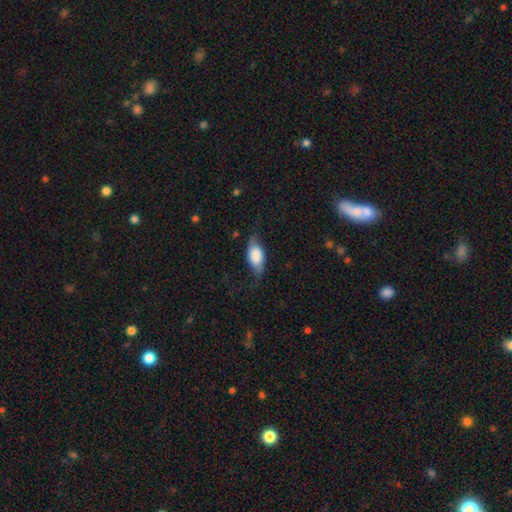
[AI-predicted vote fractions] This appears to be a smooth galaxy with no disk features (56%) that is in between round and cigar-shaped (88%). Merging: none (59%).